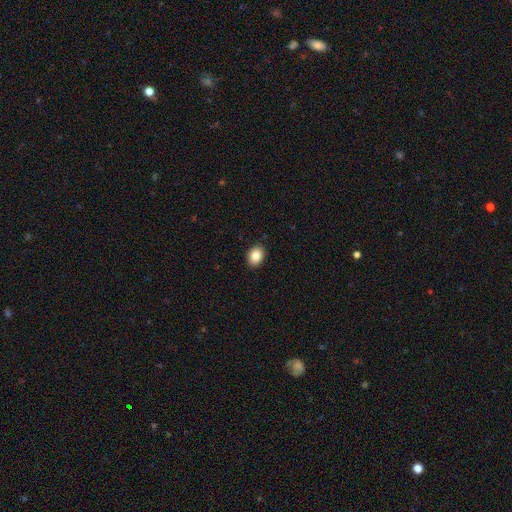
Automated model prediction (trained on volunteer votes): Q: Smooth or featured?
A: smooth (85%); runner-up: star or artifact (9%)
Q: How rounded?
A: in between (64%); runner-up: round (35%)
Q: Merging?
A: none (90%); runner-up: minor disturbance (7%)